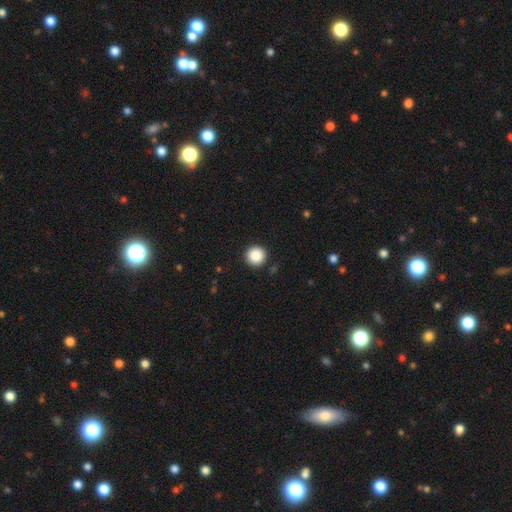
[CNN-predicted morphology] Smooth or featured: smooth — 87% (star or artifact — 9%)
How rounded: round — 96% (in between — 3%)
Merging: none — 92% (minor disturbance — 5%)